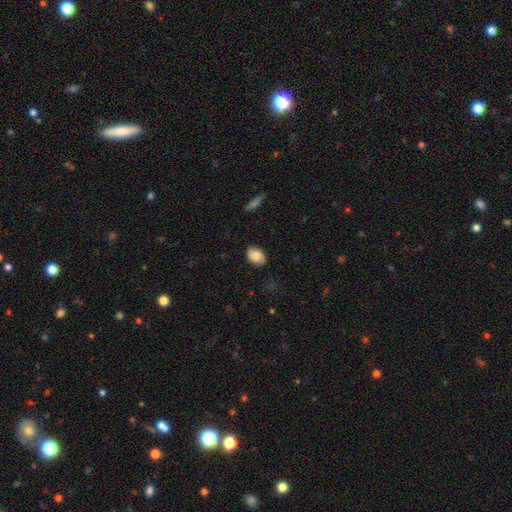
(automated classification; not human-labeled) Smooth or featured? smooth (75%)
How rounded? in between (80%)
Merging? none (82%)